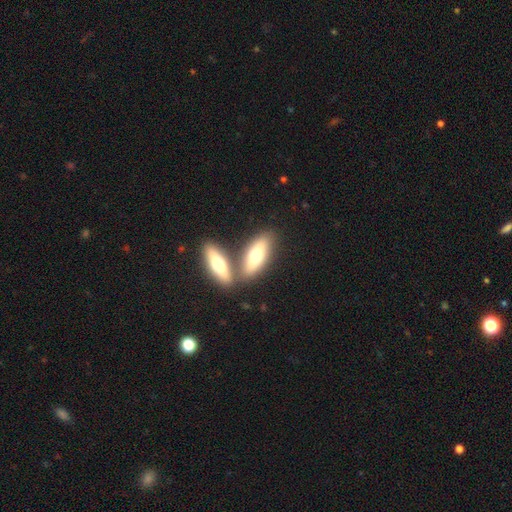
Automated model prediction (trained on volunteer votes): Q: Smooth or featured?
A: smooth (64%); runner-up: featured or disk (31%)
Q: How rounded?
A: in between (60%); runner-up: cigar-shaped (37%)
Q: Merging?
A: none (58%); runner-up: merger (30%)